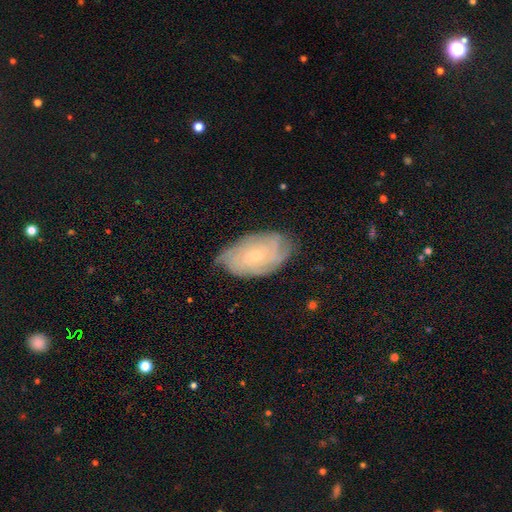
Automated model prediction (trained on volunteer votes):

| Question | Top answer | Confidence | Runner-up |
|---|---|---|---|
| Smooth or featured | featured or disk | 71% | smooth (21%) |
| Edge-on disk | no | 94% | yes (6%) |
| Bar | no | 62% | weak (33%) |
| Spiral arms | yes | 90% | no (10%) |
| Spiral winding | tight | 71% | medium (23%) |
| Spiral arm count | can't tell | 54% | 4 (13%) |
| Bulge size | small | 62% | moderate (35%) |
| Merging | none | 75% | minor disturbance (20%) |